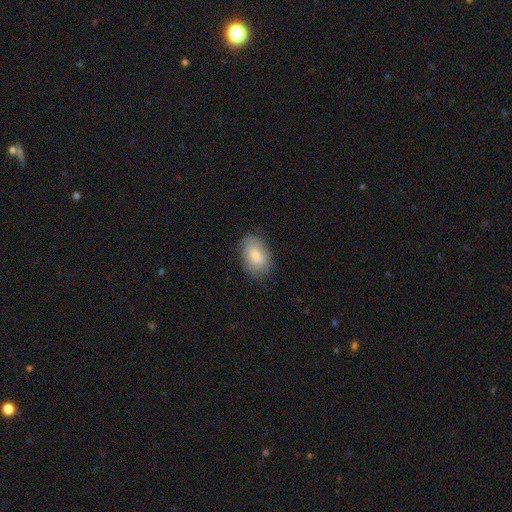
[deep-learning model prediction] Smooth or featured?
  - smooth: 75% *
  - featured or disk: 18%
  - star or artifact: 7%
How rounded?
  - in between: 88% *
  - round: 11%
  - cigar-shaped: 2%
Merging?
  - none: 76% *
  - minor disturbance: 18%
  - major disturbance: 5%
  - merger: 1%